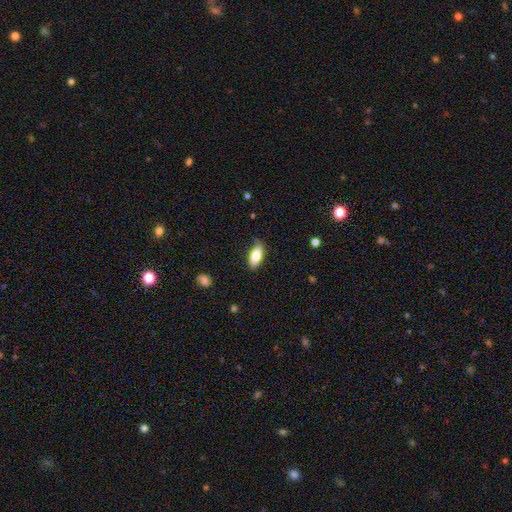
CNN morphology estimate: Smooth or featured? smooth (79%)
How rounded? in between (84%)
Merging? none (82%)